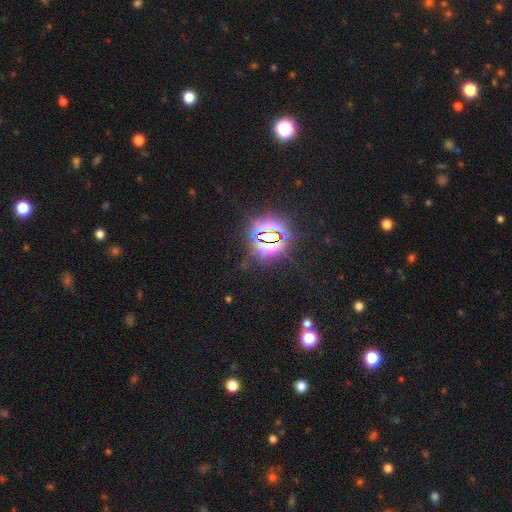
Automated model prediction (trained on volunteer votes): Smooth or featured? star or artifact (74%)